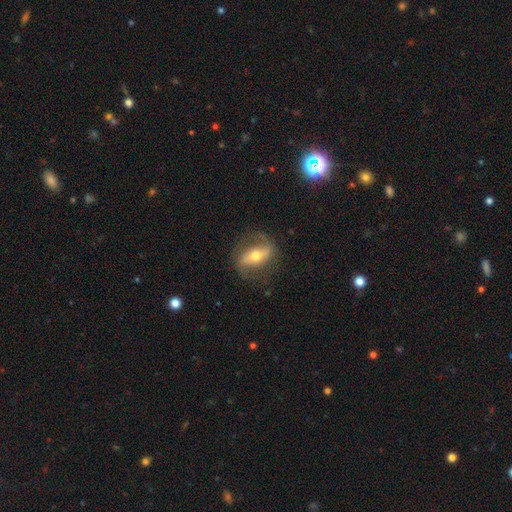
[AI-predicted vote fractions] A featured or disk galaxy (72%) with a strong bar (53%), spiral arms (80%) and a moderate central bulge (63%). Merging: none (75%).